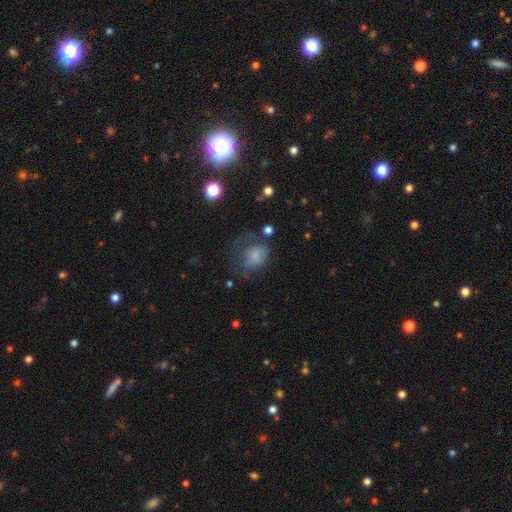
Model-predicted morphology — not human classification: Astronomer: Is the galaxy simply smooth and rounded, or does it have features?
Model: smooth — 67%.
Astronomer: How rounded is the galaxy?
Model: round — 53% (runner-up: in between, 46%).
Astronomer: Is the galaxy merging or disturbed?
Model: major disturbance — 37% (runner-up: none, 34%).